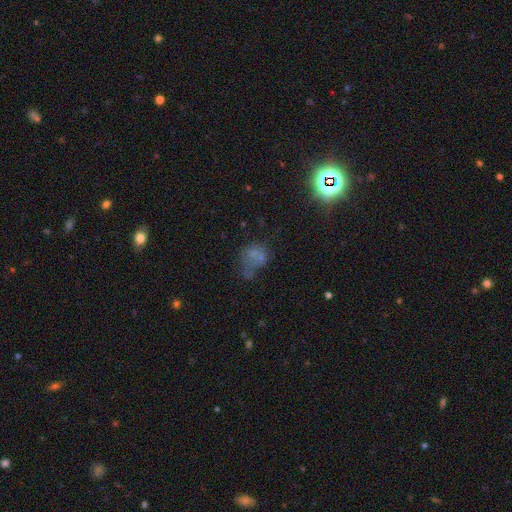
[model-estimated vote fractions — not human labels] smooth-or-featured: smooth: 55% | featured or disk: 26% | star or artifact: 19%
  how-rounded: in between: 53% | round: 45% | cigar-shaped: 2%
  merging: major disturbance: 29% | none: 28% | merger: 24% | minor disturbance: 19%